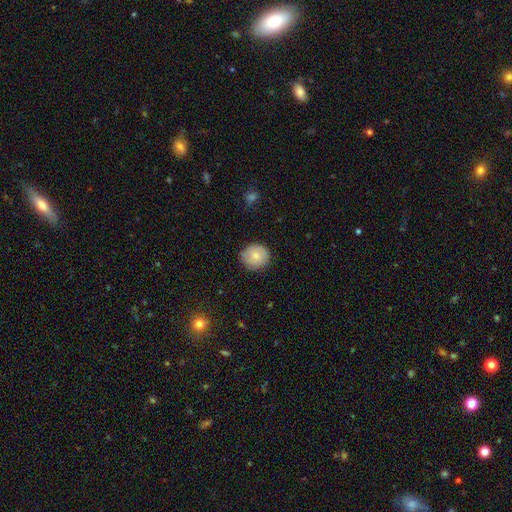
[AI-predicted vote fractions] Smooth or featured: smooth — 77% (featured or disk — 16%)
How rounded: round — 85% (in between — 14%)
Merging: none — 81% (minor disturbance — 15%)